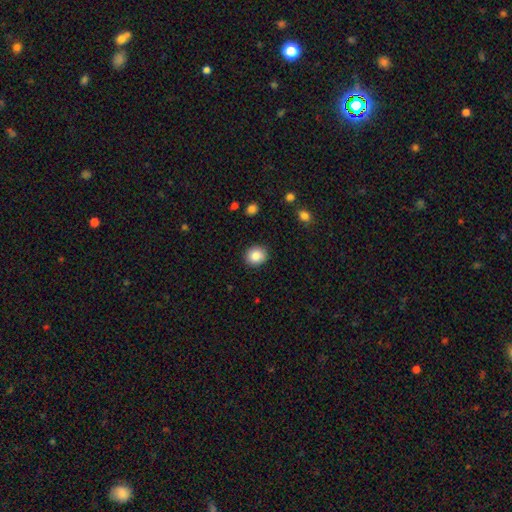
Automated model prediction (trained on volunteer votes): smooth 85%, star or artifact 9%, featured or disk 6%. Down the decision tree: how rounded — round (81%); merging — none (90%).